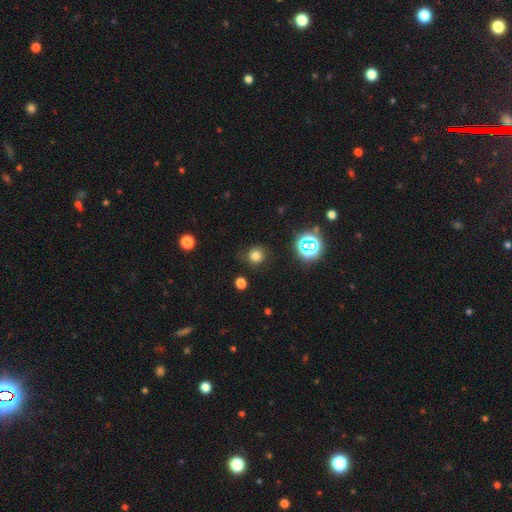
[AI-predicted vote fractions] Q: Smooth or featured?
A: smooth (76%); runner-up: star or artifact (19%)
Q: How rounded?
A: round (92%); runner-up: in between (7%)
Q: Merging?
A: none (83%); runner-up: minor disturbance (11%)